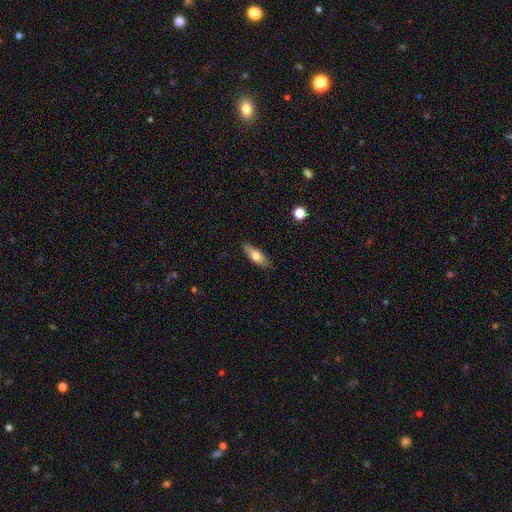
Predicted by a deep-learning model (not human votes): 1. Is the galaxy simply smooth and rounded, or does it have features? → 69% smooth, 25% featured or disk, 7% star or artifact.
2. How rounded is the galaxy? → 65% in between, 32% cigar-shaped, 3% round.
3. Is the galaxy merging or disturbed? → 85% none, 11% minor disturbance, 2% major disturbance, 1% merger.